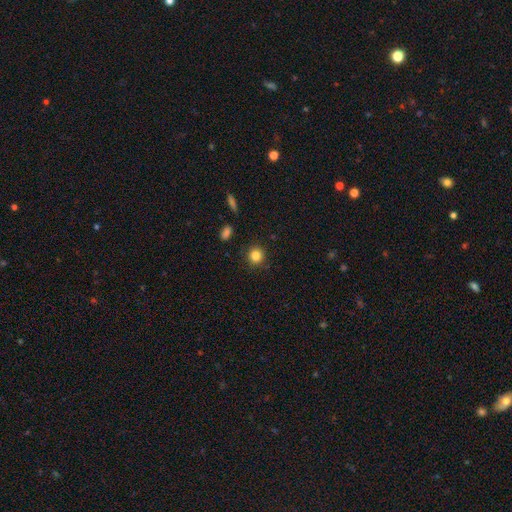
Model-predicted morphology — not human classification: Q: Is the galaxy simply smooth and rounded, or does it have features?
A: smooth — 84%.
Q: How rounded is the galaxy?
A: round — 91%.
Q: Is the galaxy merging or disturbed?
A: none — 90%.